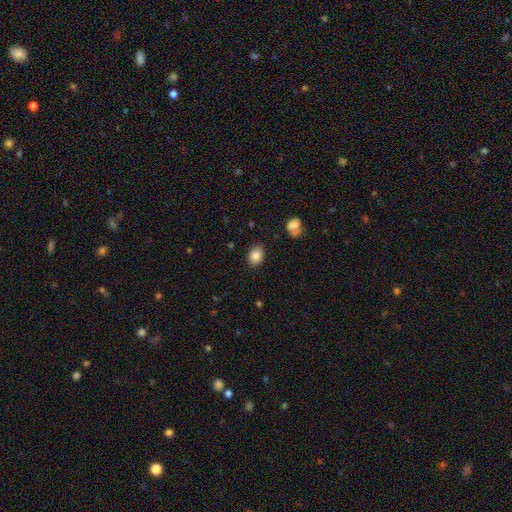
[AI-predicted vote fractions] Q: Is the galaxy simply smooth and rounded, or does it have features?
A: smooth — 84%.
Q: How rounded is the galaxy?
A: in between — 66%.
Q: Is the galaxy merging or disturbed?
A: none — 81%.